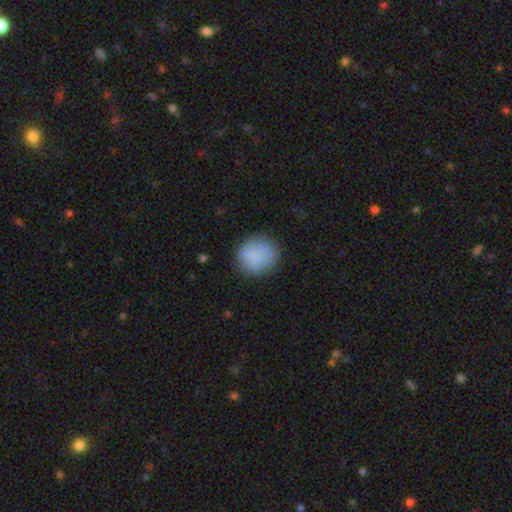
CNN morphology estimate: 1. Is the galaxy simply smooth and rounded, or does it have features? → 84% smooth, 9% featured or disk, 7% star or artifact.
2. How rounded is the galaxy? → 87% round, 12% in between, 1% cigar-shaped.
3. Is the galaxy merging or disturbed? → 81% none, 14% minor disturbance, 4% major disturbance, 1% merger.